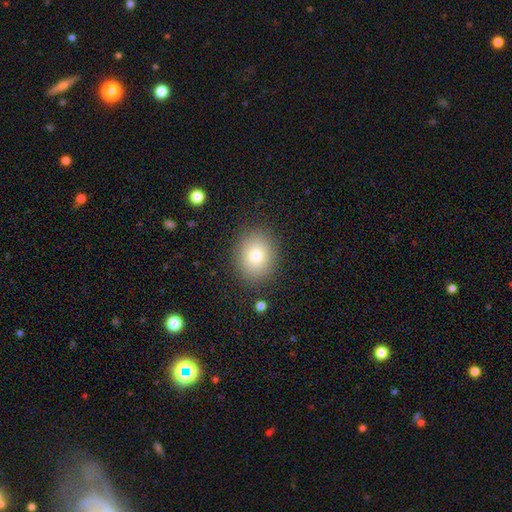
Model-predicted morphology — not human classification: Smooth or featured?
  - smooth: 80% *
  - star or artifact: 10%
  - featured or disk: 10%
How rounded?
  - round: 52% *
  - in between: 47%
  - cigar-shaped: 1%
Merging?
  - none: 87% *
  - minor disturbance: 9%
  - major disturbance: 3%
  - merger: 1%